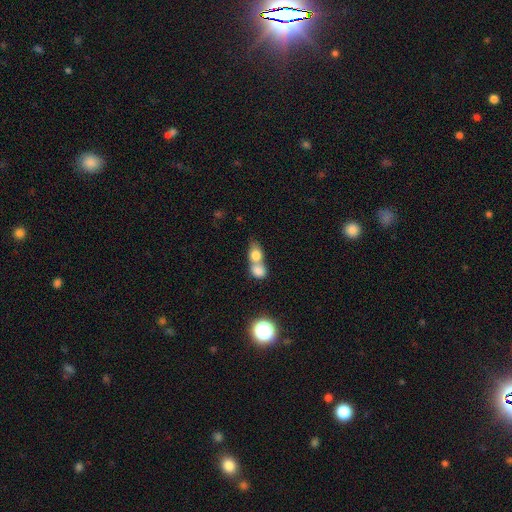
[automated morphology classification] type=smooth (77%); roundness=in between (59%); merging=merger (74%).